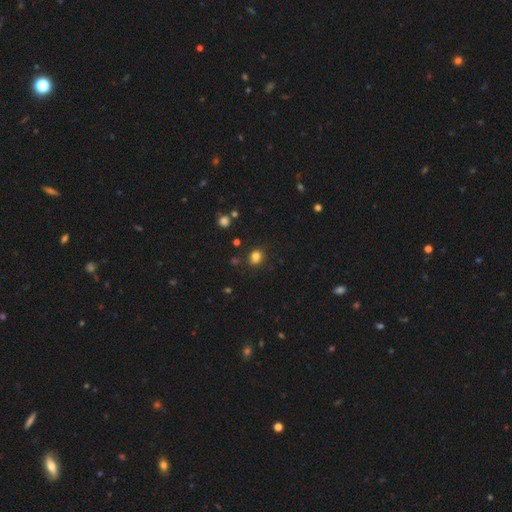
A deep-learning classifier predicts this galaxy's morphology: The model was most divided on "how rounded": round: 62%, in between: 37%, cigar-shaped: 1%. More confident: smooth or featured — smooth (81%); merging — none (79%).